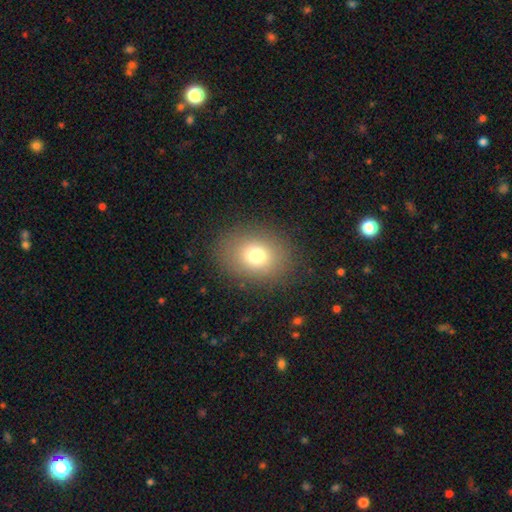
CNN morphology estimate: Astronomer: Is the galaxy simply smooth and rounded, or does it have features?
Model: smooth — 74%.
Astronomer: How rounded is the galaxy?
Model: round — 51% (runner-up: in between, 48%).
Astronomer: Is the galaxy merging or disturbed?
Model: none — 85%.